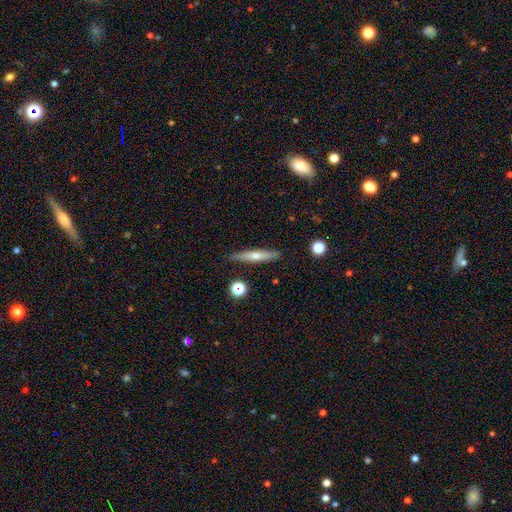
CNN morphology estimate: Smooth or featured: smooth — 48% (featured or disk — 45%)
Merging: none — 88% (minor disturbance — 9%)